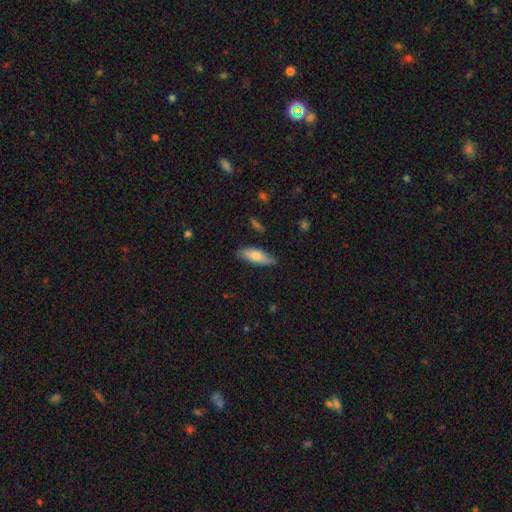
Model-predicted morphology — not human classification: This is likely a smooth galaxy (71%). How rounded: possibly in between (59%). Merging: clearly none (82%).